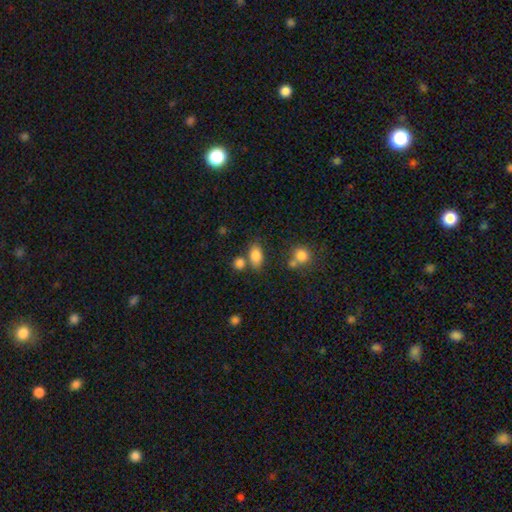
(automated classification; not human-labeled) smooth_or_featured: smooth (p=0.83) [alt: star or artifact p=0.10]
how_rounded: in between (p=0.87) [alt: round p=0.10]
merging: none (p=0.64) [alt: merger p=0.18]